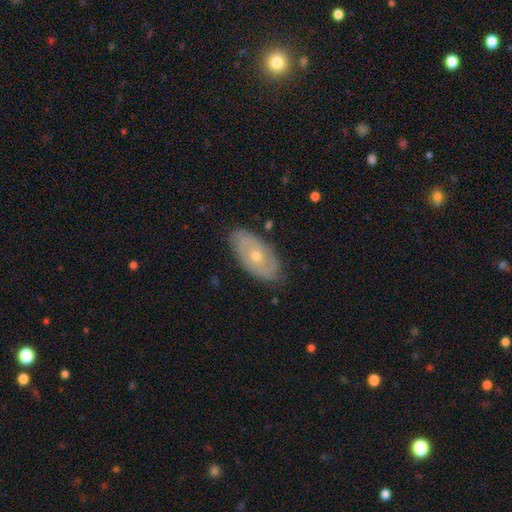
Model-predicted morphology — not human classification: The model was most divided on "spiral arms": no: 52%, yes: 48%. More confident: edge-on disk — no (88%); bar — no (85%); merging — none (81%); smooth or featured — featured or disk (59%); bulge size — small (51%).